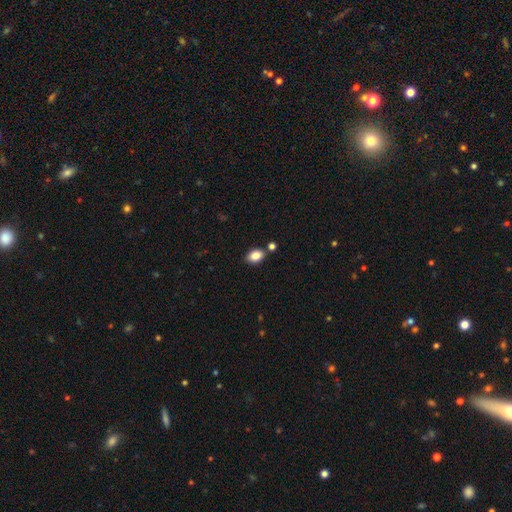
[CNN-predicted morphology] Smooth or featured? smooth (84%)
How rounded? in between (81%)
Merging? none (80%)